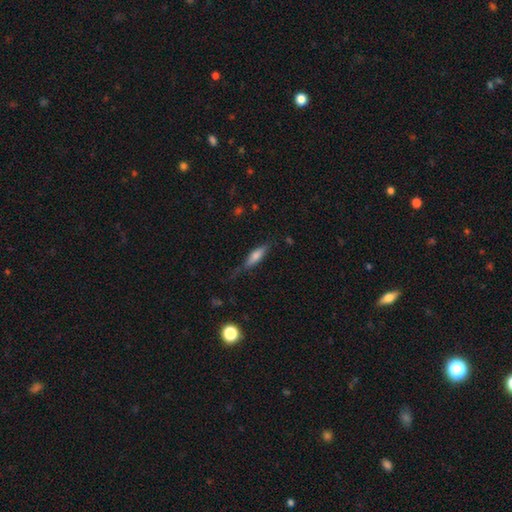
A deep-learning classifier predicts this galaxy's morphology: A smooth galaxy with no disk features (53%) that is cigar-shaped (64%). Merging: none (67%).